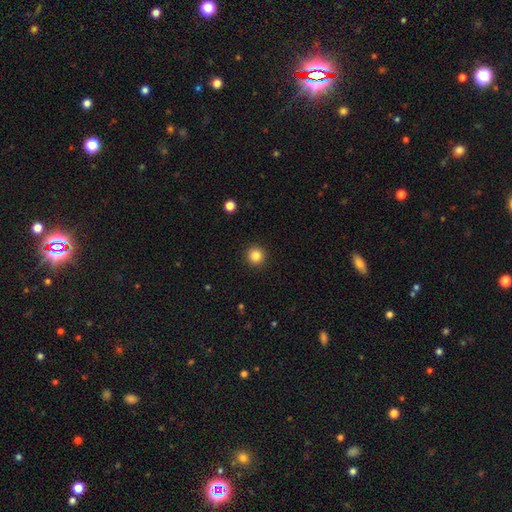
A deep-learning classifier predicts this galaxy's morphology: Smooth or featured: smooth — 84% (star or artifact — 11%)
How rounded: round — 95% (in between — 4%)
Merging: none — 93% (minor disturbance — 5%)